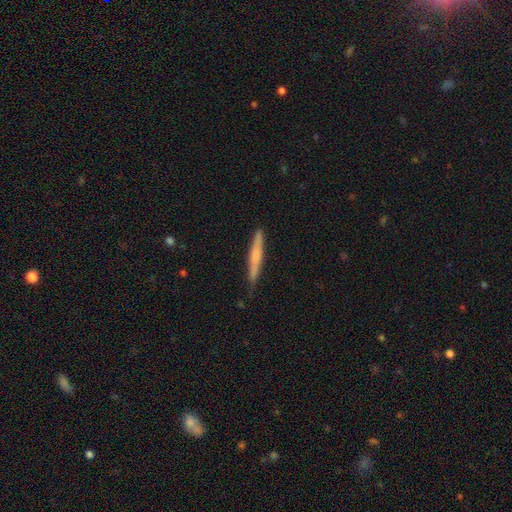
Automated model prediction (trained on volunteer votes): This is possibly a smooth galaxy (59%). How rounded: clearly cigar-shaped (95%). Merging: clearly none (84%).